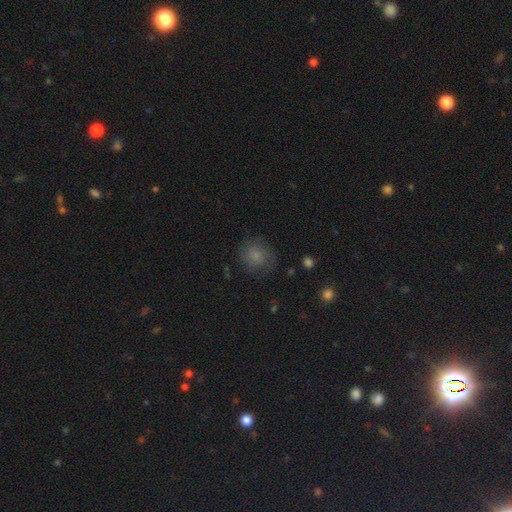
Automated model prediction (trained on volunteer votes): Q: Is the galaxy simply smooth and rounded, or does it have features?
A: smooth — 72%.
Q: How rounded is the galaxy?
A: round — 79%.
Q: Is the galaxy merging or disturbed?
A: none — 64%.